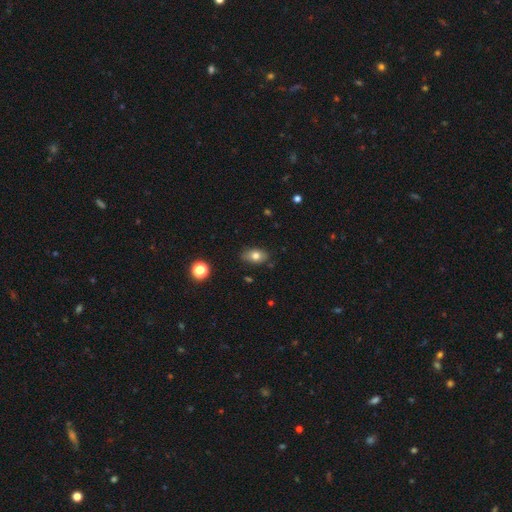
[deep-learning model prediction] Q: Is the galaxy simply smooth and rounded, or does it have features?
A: smooth — 77%.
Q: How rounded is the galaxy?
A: in between — 84%.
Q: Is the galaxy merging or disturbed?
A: none — 81%.